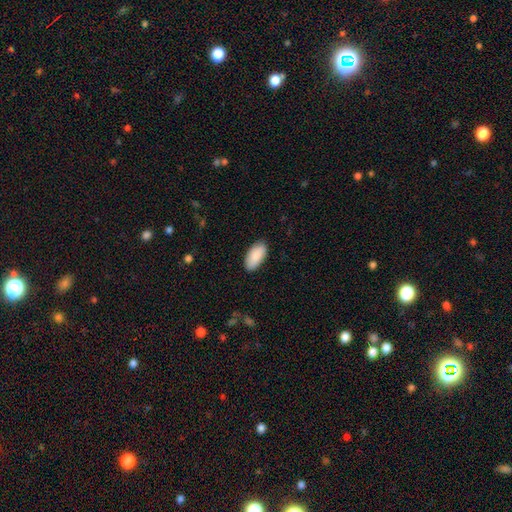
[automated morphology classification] smooth-or-featured: smooth: 90% | star or artifact: 6% | featured or disk: 5%
  how-rounded: in between: 94% | cigar-shaped: 4% | round: 2%
  merging: none: 87% | minor disturbance: 10% | major disturbance: 2% | merger: 1%